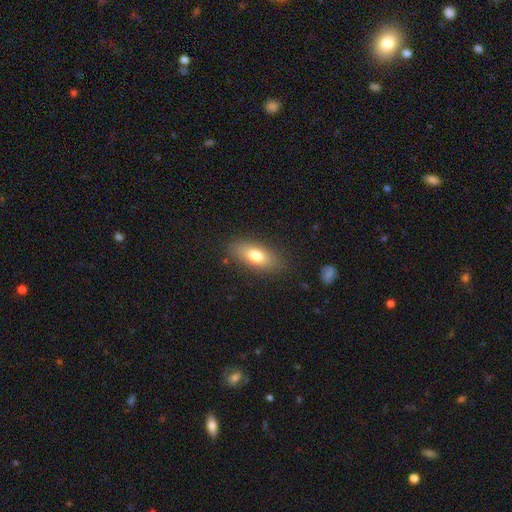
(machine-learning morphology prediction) smooth-or-featured: smooth: 74% | featured or disk: 18% | star or artifact: 8%
  how-rounded: in between: 78% | cigar-shaped: 18% | round: 4%
  merging: none: 84% | minor disturbance: 12% | major disturbance: 3% | merger: 1%